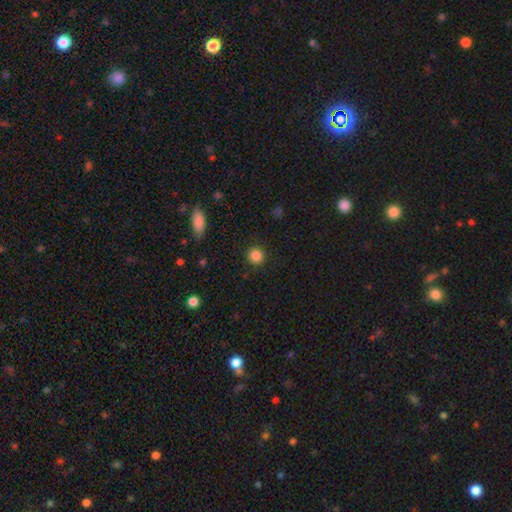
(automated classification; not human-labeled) smooth-or-featured: smooth: 86% | star or artifact: 10% | featured or disk: 4%
  how-rounded: round: 92% | in between: 7% | cigar-shaped: 1%
  merging: none: 91% | minor disturbance: 6% | major disturbance: 2% | merger: 1%